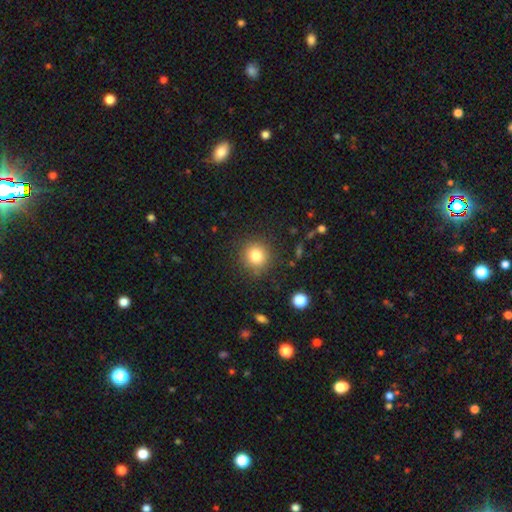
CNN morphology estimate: smooth_or_featured: smooth (p=0.81) [alt: star or artifact p=0.12]
how_rounded: round (p=0.90) [alt: in between p=0.09]
merging: none (p=0.87) [alt: minor disturbance p=0.09]